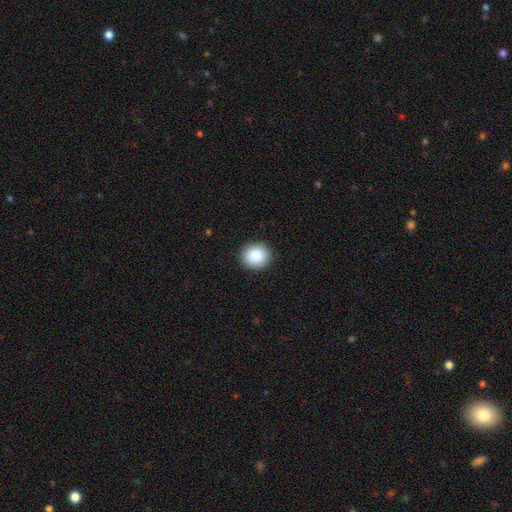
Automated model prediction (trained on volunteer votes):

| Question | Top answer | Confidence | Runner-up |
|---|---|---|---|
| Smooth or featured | smooth | 86% | star or artifact (9%) |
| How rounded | round | 87% | in between (12%) |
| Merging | none | 92% | minor disturbance (6%) |